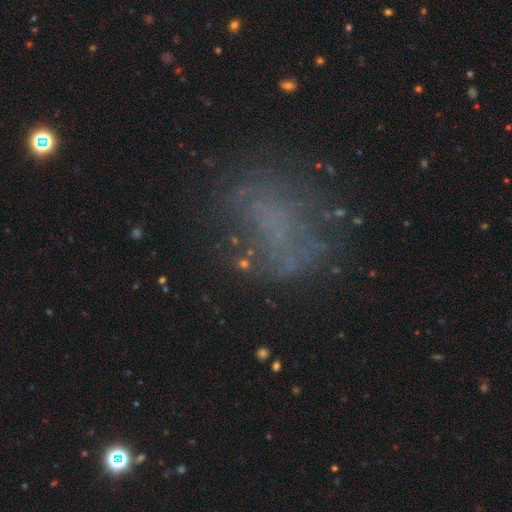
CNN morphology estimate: Smooth or featured?
  - featured or disk: 40% *
  - smooth: 34%
  - star or artifact: 26%
Merging?
  - none: 58% *
  - major disturbance: 20%
  - minor disturbance: 18%
  - merger: 3%